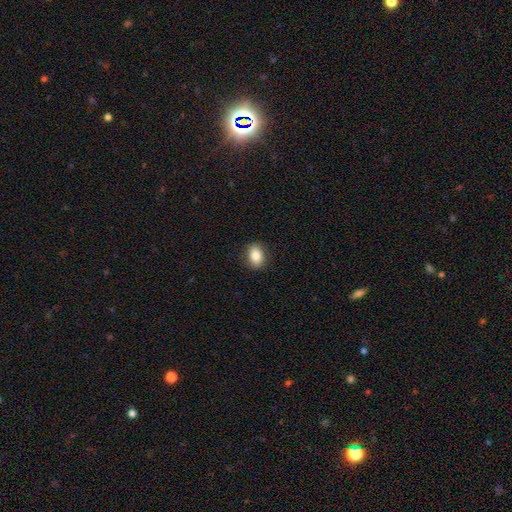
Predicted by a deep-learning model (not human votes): A smooth galaxy with no disk features (84%) that is in between round and cigar-shaped (73%).

Vote fractions:
- Smooth or featured? smooth: 84% / star or artifact: 8% / featured or disk: 8%
- How rounded? in between: 73% / round: 26% / cigar-shaped: 1%
- Merging? none: 87% / minor disturbance: 9% / major disturbance: 2% / merger: 1%